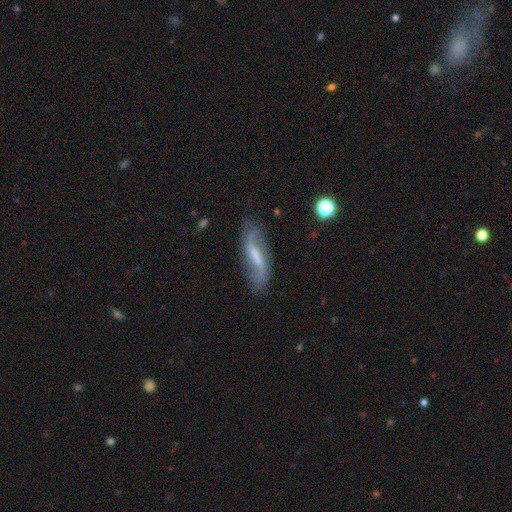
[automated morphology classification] The model was most divided on "bar": strong: 44%, weak: 41%, no: 15%. Remaining: spiral arms — yes (87%); edge-on disk — no (82%); merging — none (72%); smooth or featured — featured or disk (70%); bulge size — small (40%).